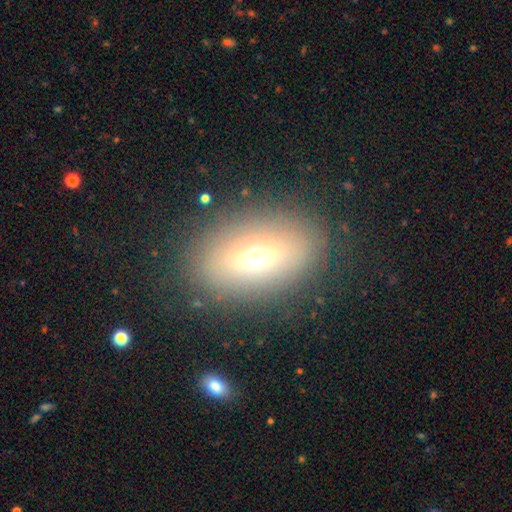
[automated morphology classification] This appears to be a smooth galaxy with no disk features (66%) that is in between round and cigar-shaped (85%). Merging: none (84%).